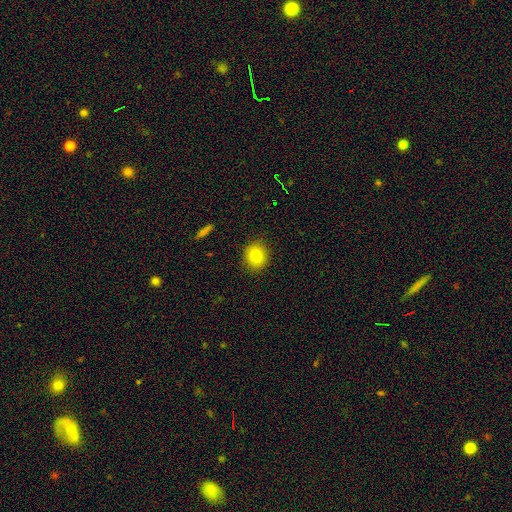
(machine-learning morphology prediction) The model was most divided on "how rounded": round: 73%, in between: 26%, cigar-shaped: 1%. More confident: merging — none (89%); smooth or featured — smooth (82%).